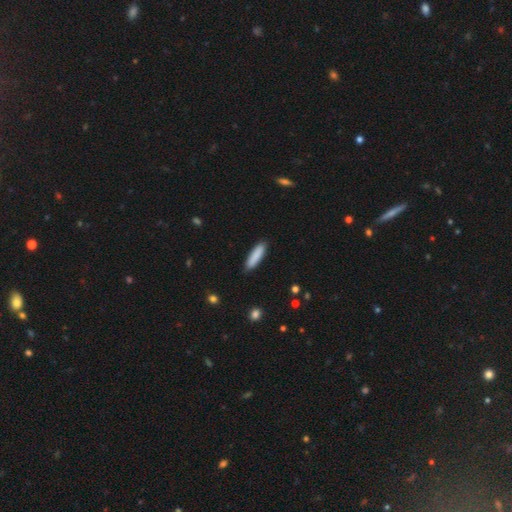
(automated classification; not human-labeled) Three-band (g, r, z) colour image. It shows a smooth galaxy with no disk features (88%) that is cigar-shaped (72%). Merging: none (89%).